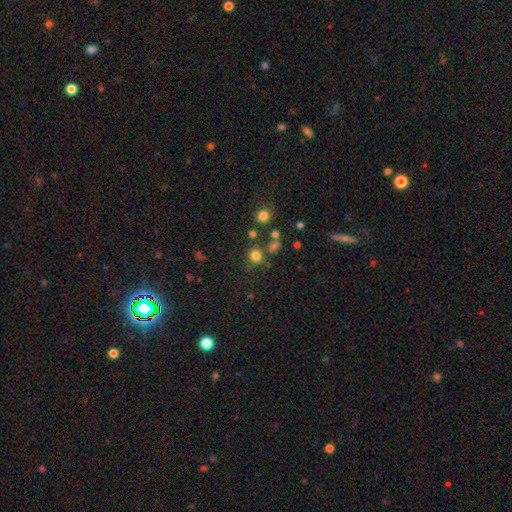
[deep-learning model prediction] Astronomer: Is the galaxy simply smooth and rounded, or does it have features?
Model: smooth — 76%.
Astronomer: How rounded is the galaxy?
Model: round — 89%.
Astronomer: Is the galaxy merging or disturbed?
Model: none — 74%.